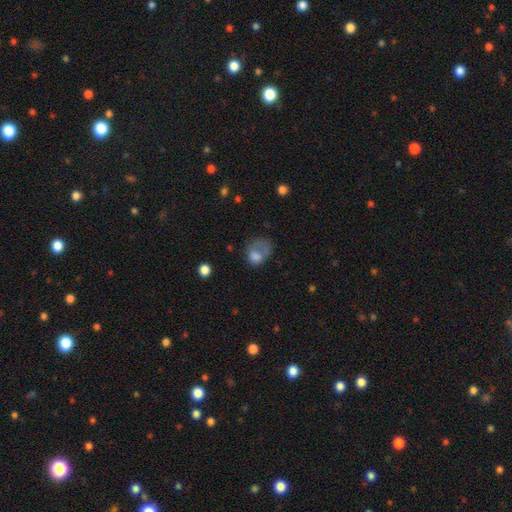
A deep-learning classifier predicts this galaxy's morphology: A smooth galaxy with no disk features (67%) that is in between round and cigar-shaped (57%). Merging: major disturbance (46%).